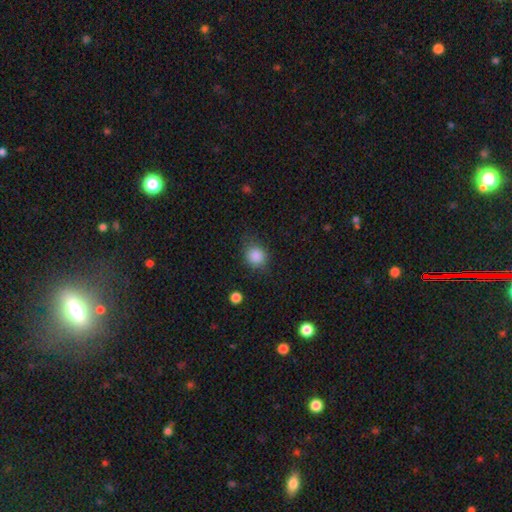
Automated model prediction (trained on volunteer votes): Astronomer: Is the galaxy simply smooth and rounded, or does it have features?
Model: smooth — 86%.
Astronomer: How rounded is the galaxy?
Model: round — 74%.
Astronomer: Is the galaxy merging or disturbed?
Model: none — 74%.